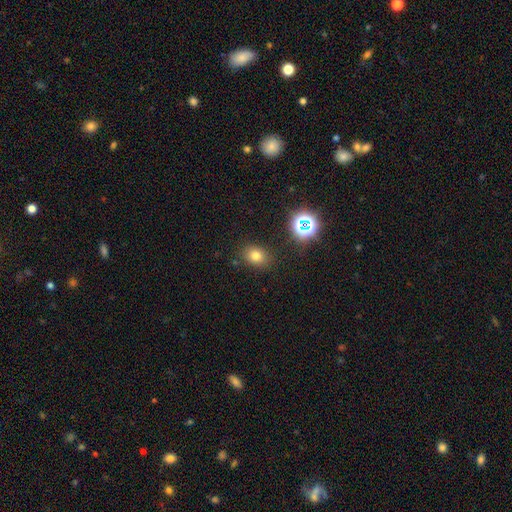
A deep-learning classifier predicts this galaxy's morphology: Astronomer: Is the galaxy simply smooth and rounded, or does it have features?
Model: smooth — 74%.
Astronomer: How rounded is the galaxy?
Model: in between — 55% (runner-up: round, 44%).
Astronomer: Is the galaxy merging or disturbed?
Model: none — 83%.